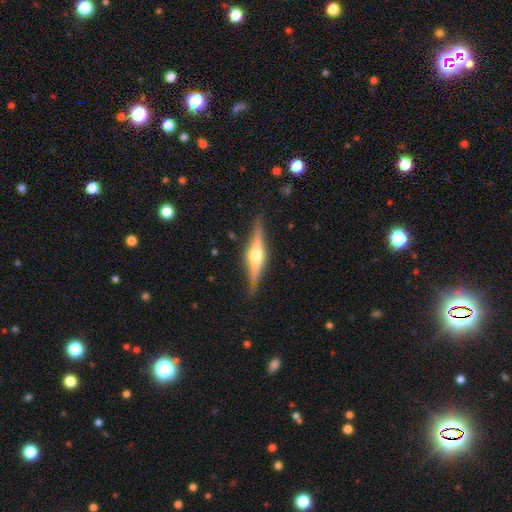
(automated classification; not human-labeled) Q: Smooth or featured?
A: featured or disk (72%); runner-up: smooth (23%)
Q: Edge-on disk?
A: yes (96%); runner-up: no (4%)
Q: Edge-on bulge?
A: rounded (90%); runner-up: boxy (7%)
Q: Merging?
A: none (84%); runner-up: minor disturbance (12%)